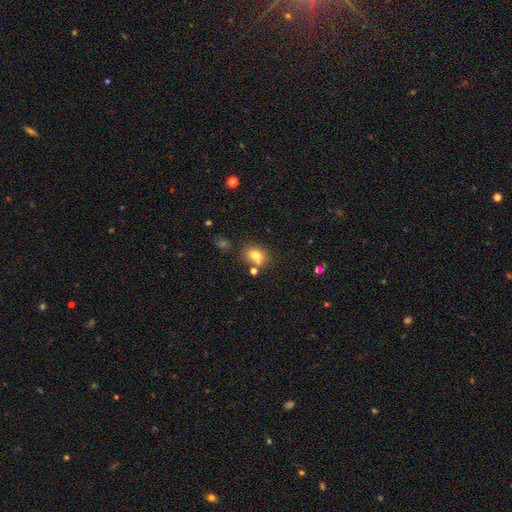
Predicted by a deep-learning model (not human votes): A smooth galaxy with no disk features (74%) that is in between round and cigar-shaped (52%).

Vote fractions:
- Smooth or featured? smooth: 74% / featured or disk: 13% / star or artifact: 13%
- How rounded? in between: 52% / round: 47% / cigar-shaped: 1%
- Merging? none: 62% / merger: 18% / minor disturbance: 16% / major disturbance: 5%